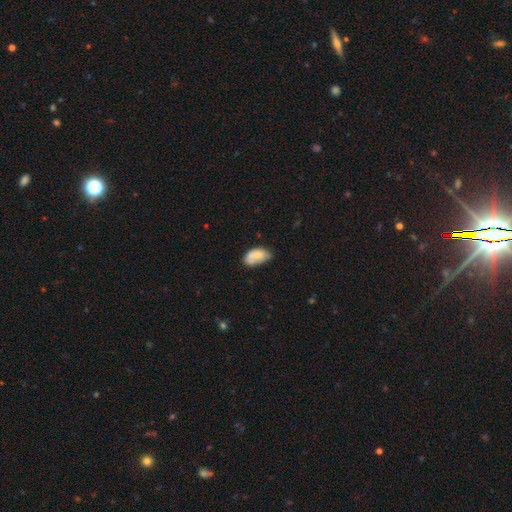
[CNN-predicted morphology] Smooth or featured?
  - smooth: 65% *
  - featured or disk: 27%
  - star or artifact: 8%
How rounded?
  - in between: 90% *
  - round: 8%
  - cigar-shaped: 2%
Merging?
  - none: 34% *
  - minor disturbance: 30%
  - merger: 24%
  - major disturbance: 12%